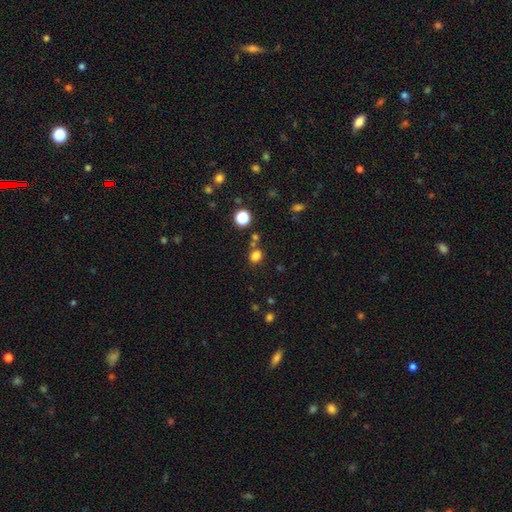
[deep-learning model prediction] Q: Smooth or featured?
A: smooth (78%); runner-up: star or artifact (17%)
Q: How rounded?
A: round (52%); runner-up: in between (47%)
Q: Merging?
A: none (71%); runner-up: merger (13%)